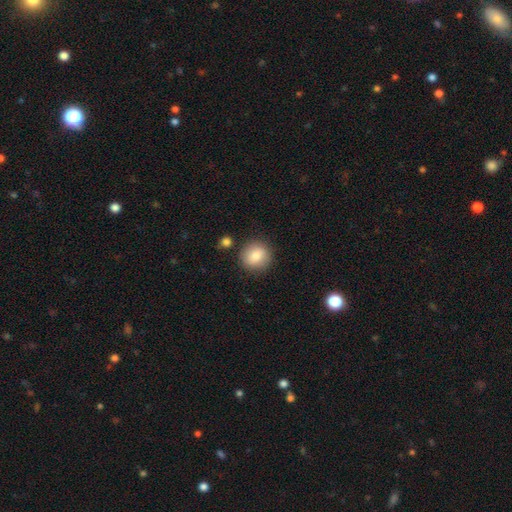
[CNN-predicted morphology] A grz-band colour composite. It shows a smooth galaxy with no disk features (84%) that is round (88%). Merging: none (85%).